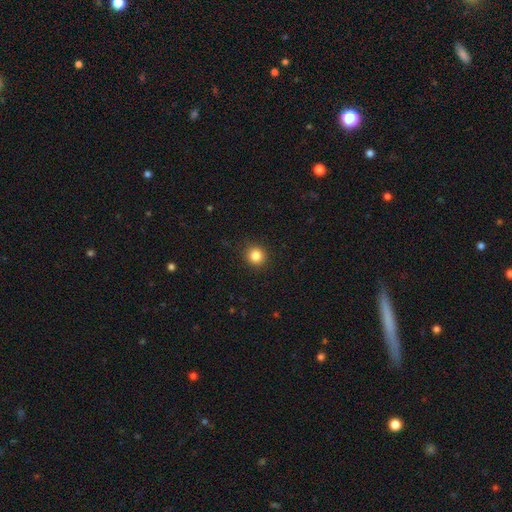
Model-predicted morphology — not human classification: Smooth or featured: smooth — 85% (star or artifact — 11%)
How rounded: round — 91% (in between — 8%)
Merging: none — 91% (minor disturbance — 6%)